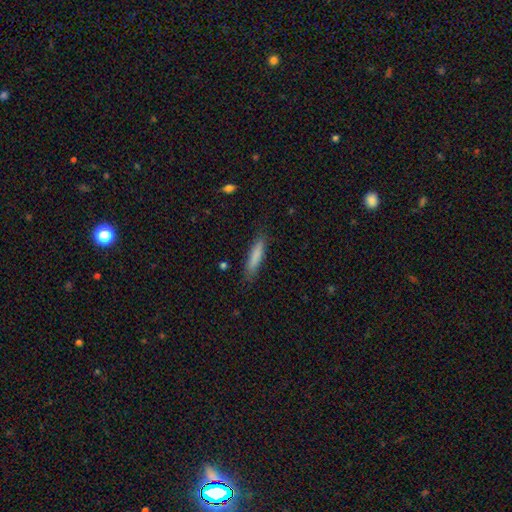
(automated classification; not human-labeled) Morphology: type=smooth (82%); roundness=cigar-shaped (86%); merging=none (84%).